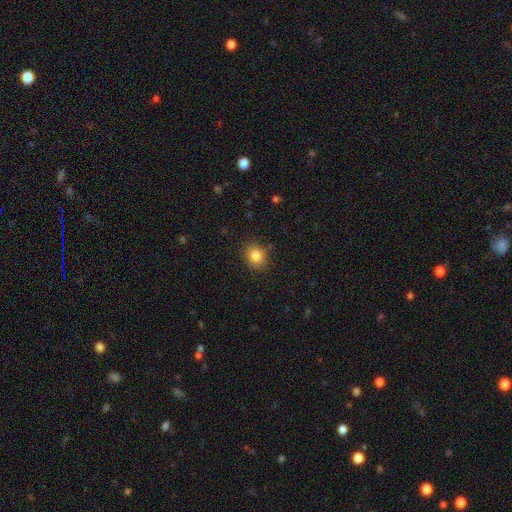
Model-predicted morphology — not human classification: Overall: smooth (84%). How rounded: round (62%; in between 37%). Merging: none (86%).